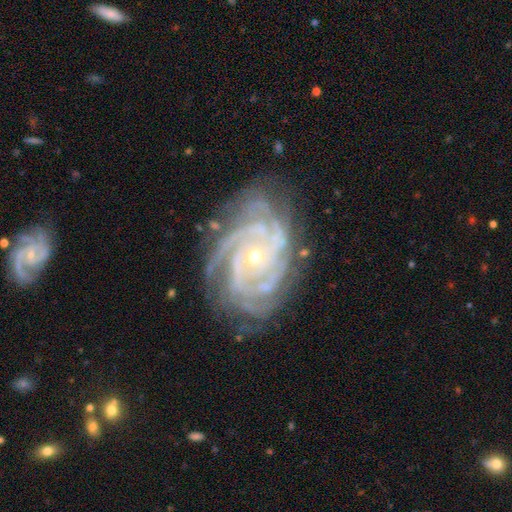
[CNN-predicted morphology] smooth-or-featured: featured or disk: 91% | star or artifact: 6% | smooth: 3%
  disk-edge-on: no: 97% | yes: 3%
    bar: no: 74% | weak: 18% | strong: 8%
    has-spiral-arms: yes: 98% | no: 2%
      spiral-winding: tight: 75% | medium: 22% | loose: 3%
      spiral-arm-count: 4: 32% | 3: 20% | more than 4: 17% | can't tell: 15% | 2: 10% | 1: 7%
    bulge-size: small: 79% | moderate: 18% | none: 1% | large: 1% | dominant: 1%
  merging: none: 75% | minor disturbance: 17% | major disturbance: 6% | merger: 1%